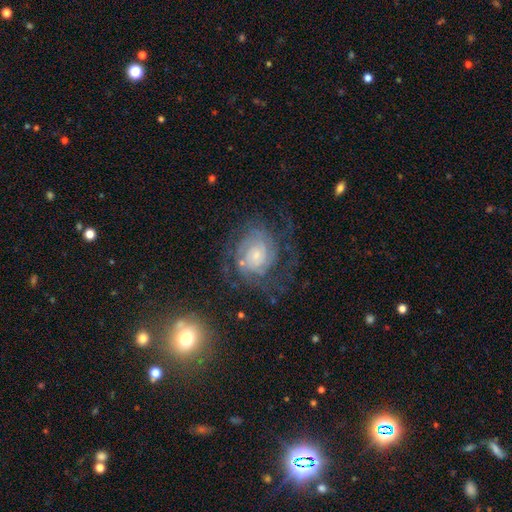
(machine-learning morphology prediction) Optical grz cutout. It shows a featured or disk galaxy (80%) with no bar (71%), tight (64%) spiral arms (94%) and a small central bulge (65%). Merging: none (66%).